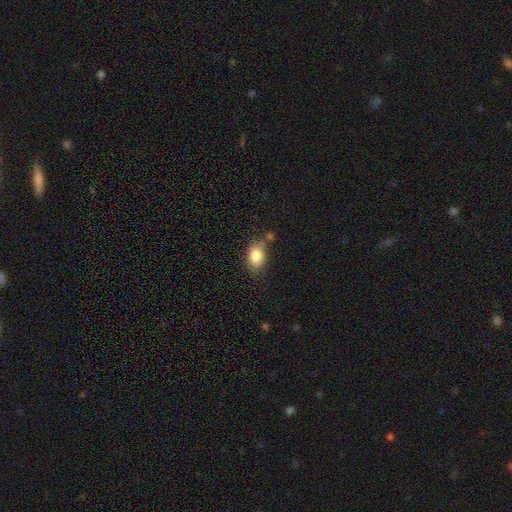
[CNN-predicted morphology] This is clearly a smooth galaxy (83%). How rounded: likely in between (79%). Merging: likely none (70%).